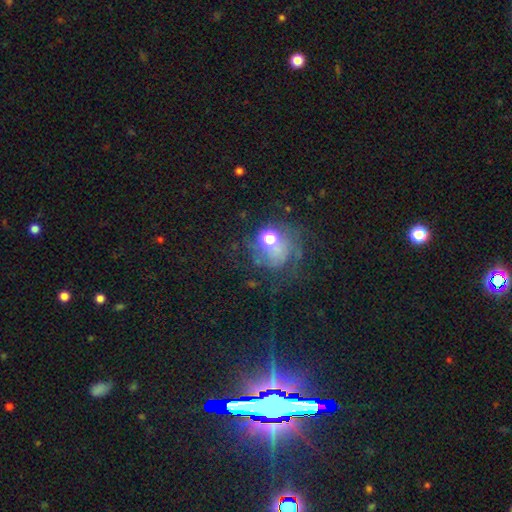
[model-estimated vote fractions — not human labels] The model was most divided on "smooth or featured": star or artifact: 40%, featured or disk: 38%, smooth: 22%.